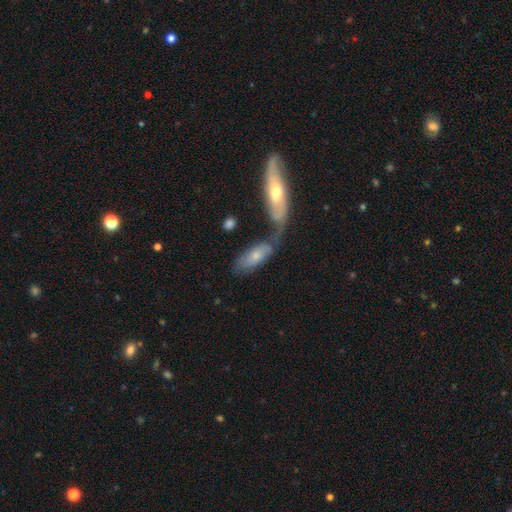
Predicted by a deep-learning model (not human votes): Smooth or featured? smooth (61%)
How rounded? in between (73%)
Merging? merger (47%)